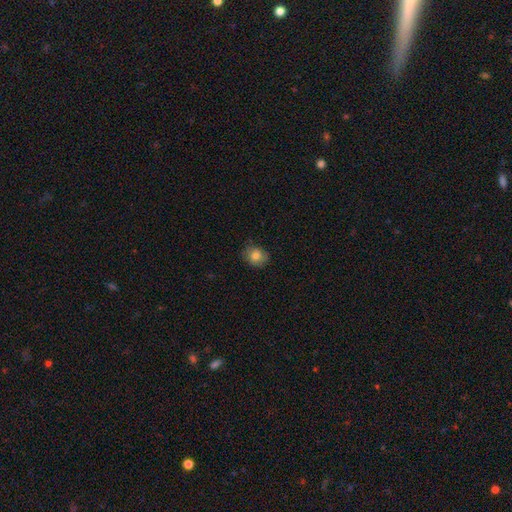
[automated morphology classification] smooth-or-featured: smooth: 79% | featured or disk: 11% | star or artifact: 9%
  how-rounded: round: 61% | in between: 38% | cigar-shaped: 1%
  merging: none: 80% | minor disturbance: 16% | major disturbance: 3% | merger: 1%